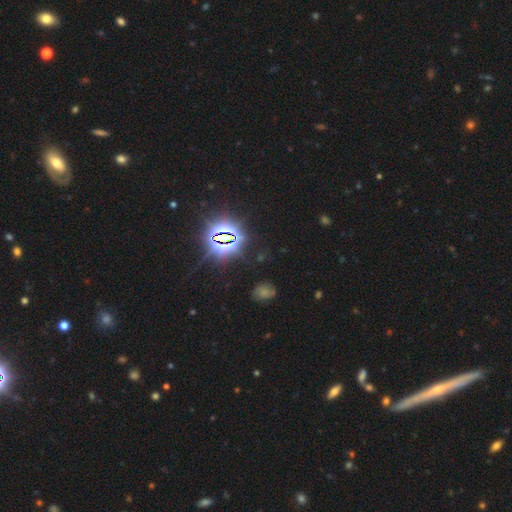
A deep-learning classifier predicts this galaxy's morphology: Q: Smooth or featured?
A: star or artifact (81%); runner-up: smooth (12%)